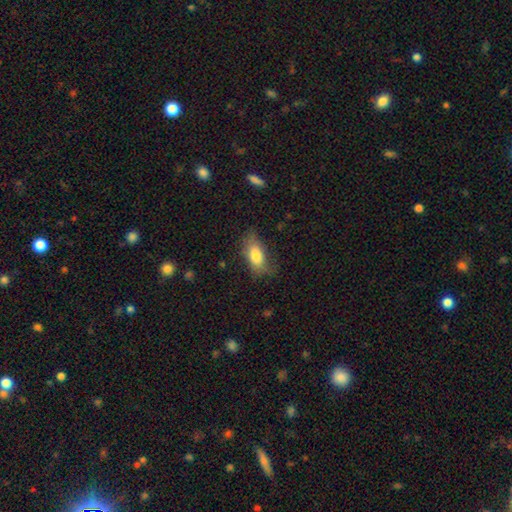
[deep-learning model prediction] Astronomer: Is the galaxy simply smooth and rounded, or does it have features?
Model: smooth — 77%.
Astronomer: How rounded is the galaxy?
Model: in between — 84%.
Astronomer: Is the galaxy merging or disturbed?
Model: none — 61%.